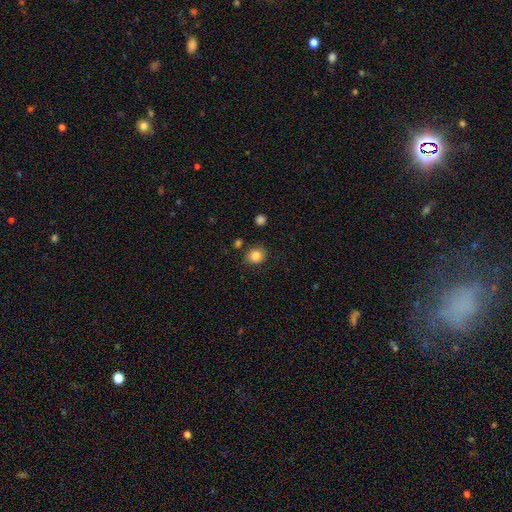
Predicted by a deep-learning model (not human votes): A smooth galaxy with no disk features (85%) that is round (80%).

Vote fractions:
- Smooth or featured? smooth: 85% / star or artifact: 10% / featured or disk: 5%
- How rounded? round: 80% / in between: 19% / cigar-shaped: 1%
- Merging? none: 79% / minor disturbance: 14% / major disturbance: 4% / merger: 4%